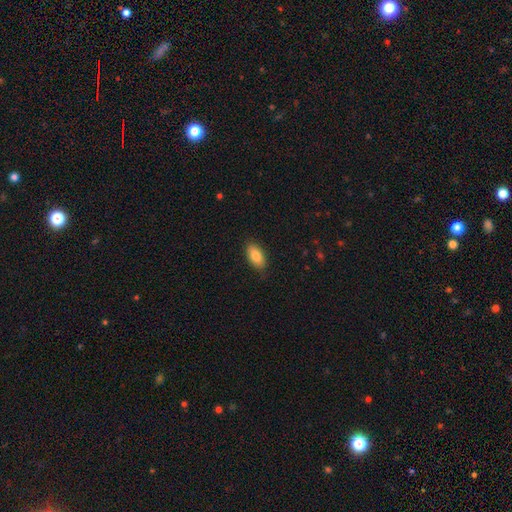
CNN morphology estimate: smooth 83%, featured or disk 10%, star or artifact 7%. Down the decision tree: how rounded — in between (91%); merging — none (86%).